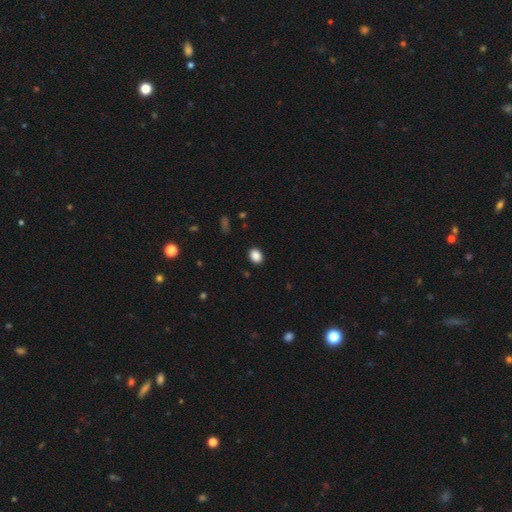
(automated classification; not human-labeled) This is clearly a smooth galaxy (88%). How rounded: likely in between (64%). Merging: clearly none (90%).